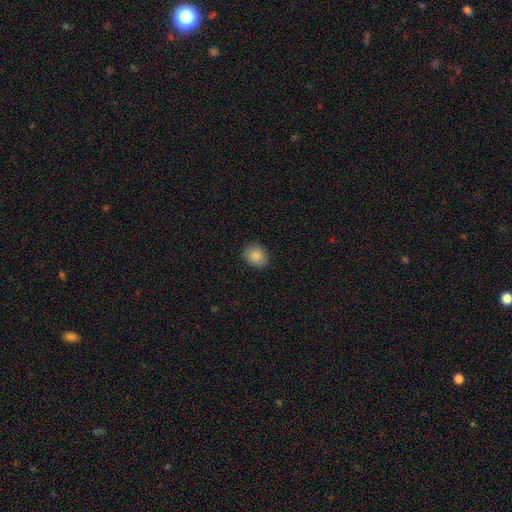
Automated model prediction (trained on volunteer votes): Overall: smooth (88%). How rounded: round (57%; in between 42%). Merging: none (86%).